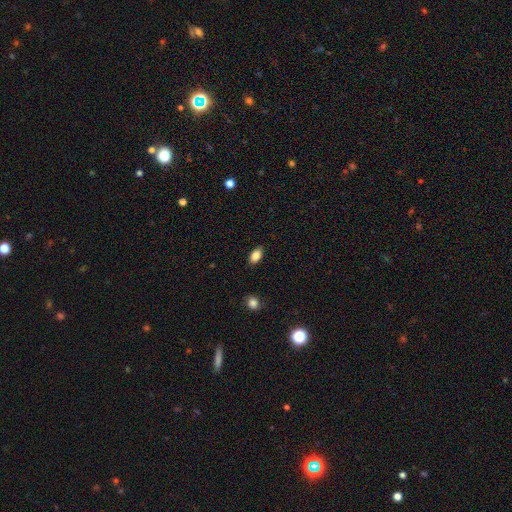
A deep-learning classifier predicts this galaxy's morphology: Smooth or featured: smooth — 85% (star or artifact — 8%)
How rounded: in between — 90% (round — 7%)
Merging: none — 87% (minor disturbance — 9%)